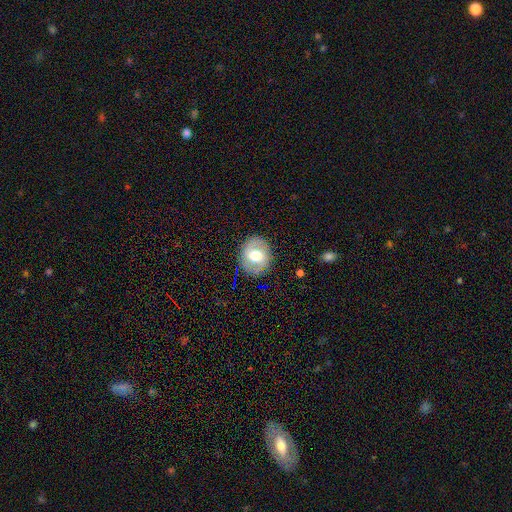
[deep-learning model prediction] Smooth or featured? Predicted: featured or disk (p=0.52). Edge-on disk? Predicted: no (p=0.95). Merging? Predicted: none (p=0.83).